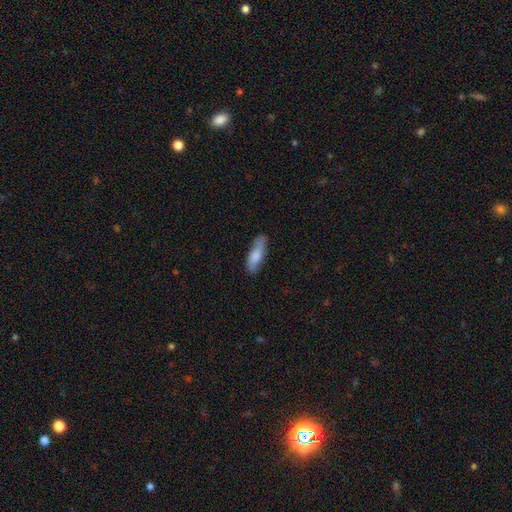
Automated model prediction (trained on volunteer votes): Smooth or featured?
  - smooth: 77% *
  - featured or disk: 17%
  - star or artifact: 6%
How rounded?
  - cigar-shaped: 54% *
  - in between: 44%
  - round: 2%
Merging?
  - none: 79% *
  - minor disturbance: 17%
  - major disturbance: 3%
  - merger: 2%